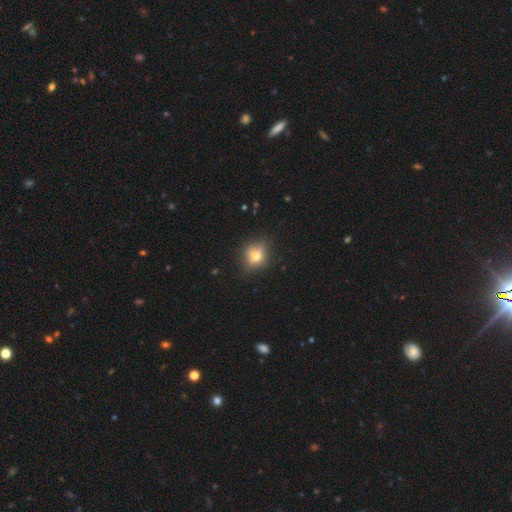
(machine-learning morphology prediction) Smooth or featured?
  - smooth: 52% *
  - featured or disk: 34%
  - star or artifact: 14%
How rounded?
  - round: 69% *
  - in between: 28%
  - cigar-shaped: 3%
Merging?
  - none: 82% *
  - minor disturbance: 13%
  - major disturbance: 4%
  - merger: 2%